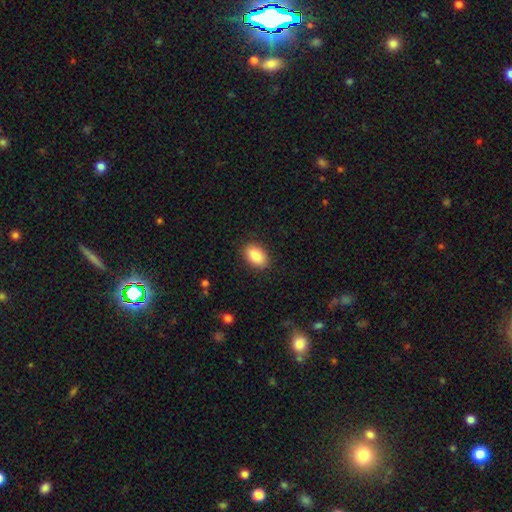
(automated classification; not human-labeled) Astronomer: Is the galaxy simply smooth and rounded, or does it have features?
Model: smooth — 87%.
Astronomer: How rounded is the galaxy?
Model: in between — 90%.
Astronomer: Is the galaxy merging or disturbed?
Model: none — 88%.